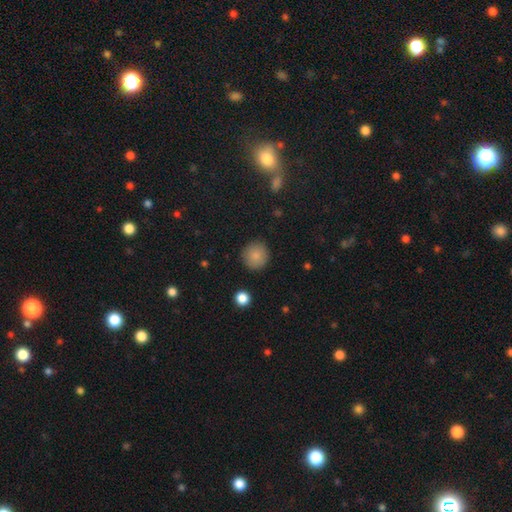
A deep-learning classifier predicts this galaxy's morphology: smooth-or-featured: smooth: 86% | star or artifact: 9% | featured or disk: 6%
  how-rounded: round: 94% | in between: 5% | cigar-shaped: 1%
  merging: none: 89% | minor disturbance: 7% | major disturbance: 2% | merger: 1%